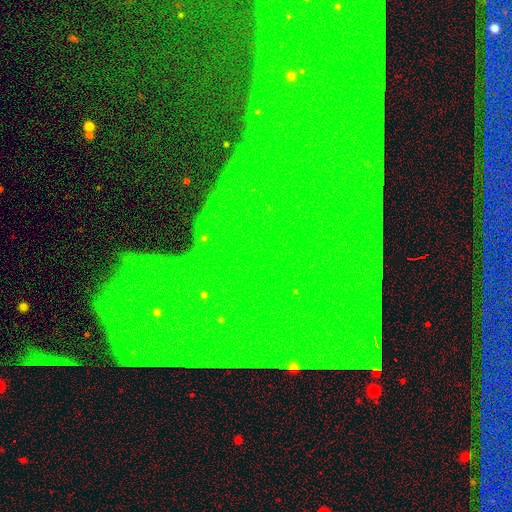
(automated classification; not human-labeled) smooth-or-featured: star or artifact: 86% | featured or disk: 8% | smooth: 6%